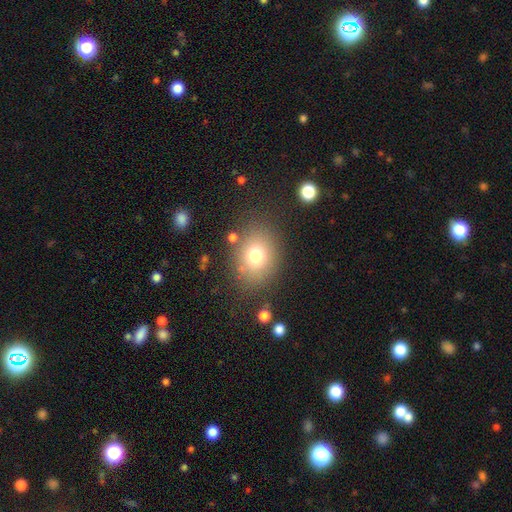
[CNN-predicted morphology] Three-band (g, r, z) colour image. It shows a smooth galaxy with no disk features (74%) that is round (52%). Merging: none (79%).